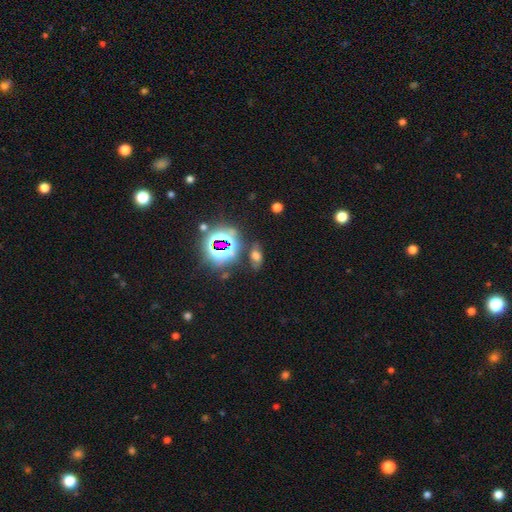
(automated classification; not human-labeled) A smooth galaxy with no disk features (49%).

Vote fractions:
- Smooth or featured? smooth: 49% / star or artifact: 36% / featured or disk: 15%
- Merging? none: 73% / minor disturbance: 15% / major disturbance: 6% / merger: 6%